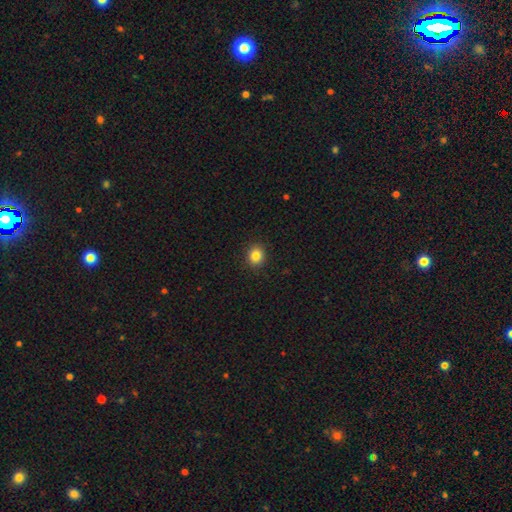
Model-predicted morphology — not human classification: Smooth or featured? smooth (84%)
How rounded? round (77%)
Merging? none (92%)